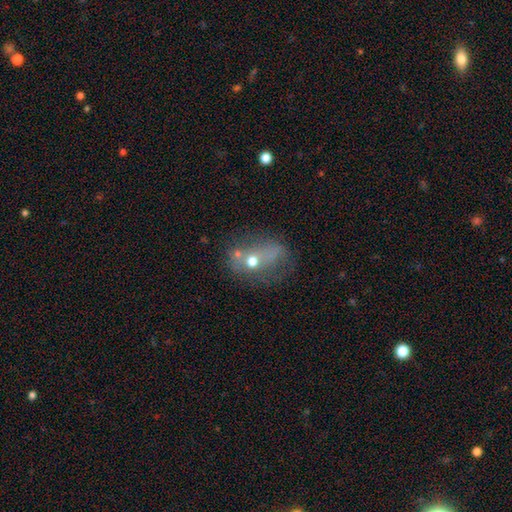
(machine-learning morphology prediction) Overall: featured or disk (43%; smooth 36%). Merging: none (43%; merger 24%).